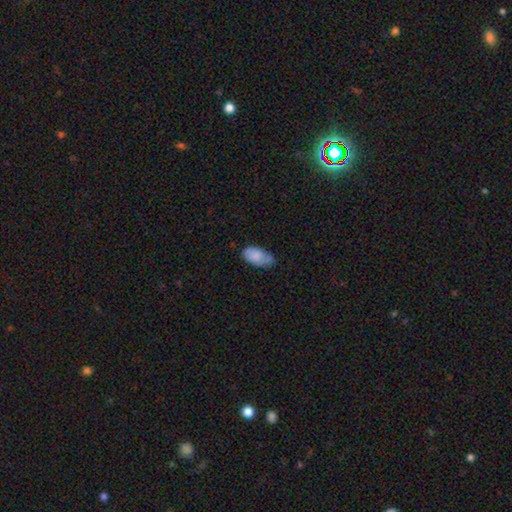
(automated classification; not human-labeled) The model was most divided on "merging": none: 54%, minor disturbance: 36%, major disturbance: 7%, merger: 2%. More confident: how rounded — in between (94%); smooth or featured — smooth (80%).